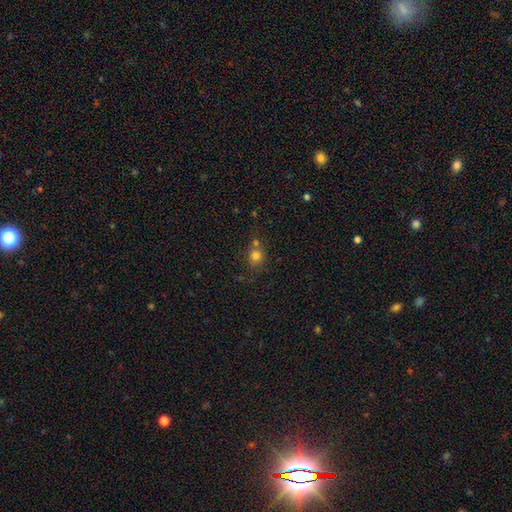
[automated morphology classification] Smooth or featured? smooth (78%)
How rounded? round (83%)
Merging? none (61%)